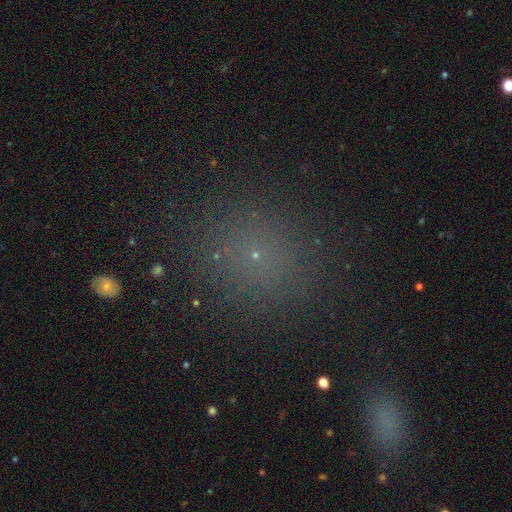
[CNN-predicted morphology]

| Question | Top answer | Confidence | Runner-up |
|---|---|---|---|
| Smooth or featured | smooth | 62% | star or artifact (30%) |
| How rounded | round | 80% | in between (18%) |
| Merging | none | 86% | minor disturbance (8%) |